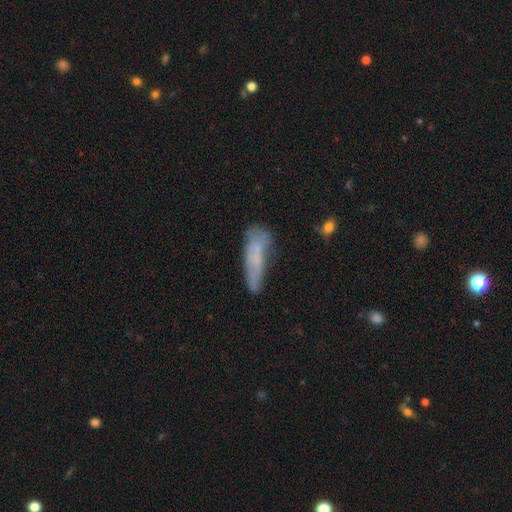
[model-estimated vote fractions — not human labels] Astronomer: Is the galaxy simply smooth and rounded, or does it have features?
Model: smooth — 62%.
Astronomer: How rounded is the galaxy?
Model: cigar-shaped — 68%.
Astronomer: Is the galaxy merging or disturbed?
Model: none — 48% (runner-up: minor disturbance, 31%).